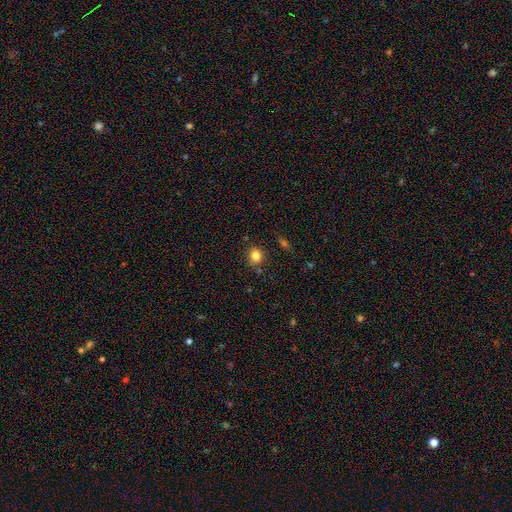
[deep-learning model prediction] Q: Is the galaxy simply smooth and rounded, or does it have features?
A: smooth — 82%.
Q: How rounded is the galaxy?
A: round — 70%.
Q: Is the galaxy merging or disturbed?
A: none — 81%.